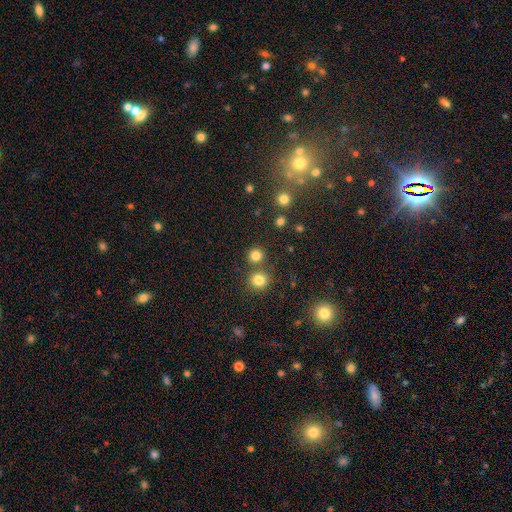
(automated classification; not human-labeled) smooth_or_featured: smooth (p=0.81) [alt: star or artifact p=0.14]
how_rounded: round (p=0.90) [alt: in between p=0.09]
merging: none (p=0.77) [alt: merger p=0.14]